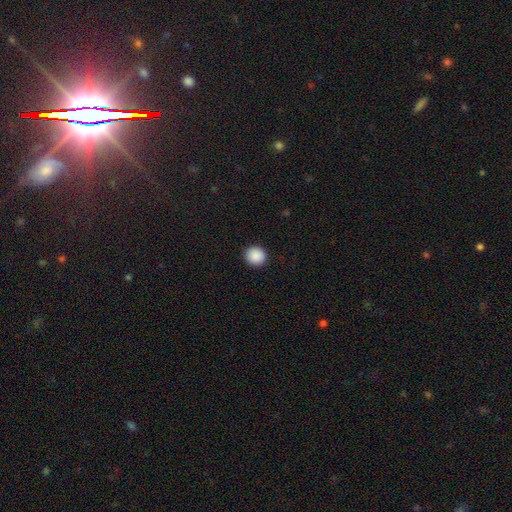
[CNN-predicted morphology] Smooth or featured?
  - smooth: 90% *
  - star or artifact: 8%
  - featured or disk: 2%
How rounded?
  - round: 87% *
  - in between: 12%
  - cigar-shaped: 1%
Merging?
  - none: 92% *
  - minor disturbance: 5%
  - major disturbance: 2%
  - merger: 1%